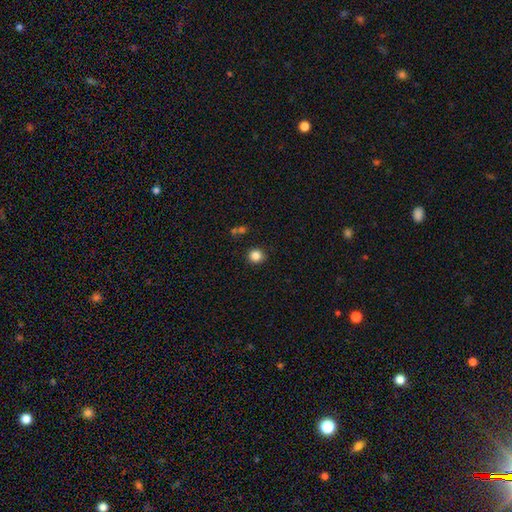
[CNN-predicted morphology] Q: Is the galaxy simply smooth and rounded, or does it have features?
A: smooth — 84%.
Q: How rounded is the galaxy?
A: round — 90%.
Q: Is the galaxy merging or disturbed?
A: none — 88%.